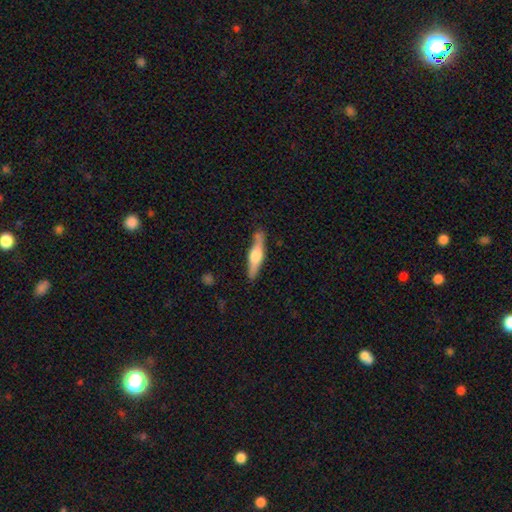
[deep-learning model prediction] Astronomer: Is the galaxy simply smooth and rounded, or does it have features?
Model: featured or disk — 59% (runner-up: smooth, 36%).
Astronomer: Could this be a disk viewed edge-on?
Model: yes — 95%.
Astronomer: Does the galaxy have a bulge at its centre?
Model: rounded — 89%.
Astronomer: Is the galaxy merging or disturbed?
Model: none — 85%.